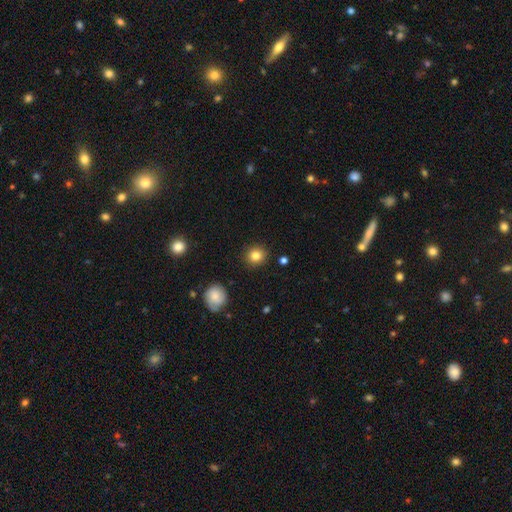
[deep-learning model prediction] A smooth galaxy with no disk features (84%) that is round (90%).

Vote fractions:
- Smooth or featured? smooth: 84% / star or artifact: 10% / featured or disk: 6%
- How rounded? round: 90% / in between: 10% / cigar-shaped: 1%
- Merging? none: 91% / minor disturbance: 6% / major disturbance: 2% / merger: 1%